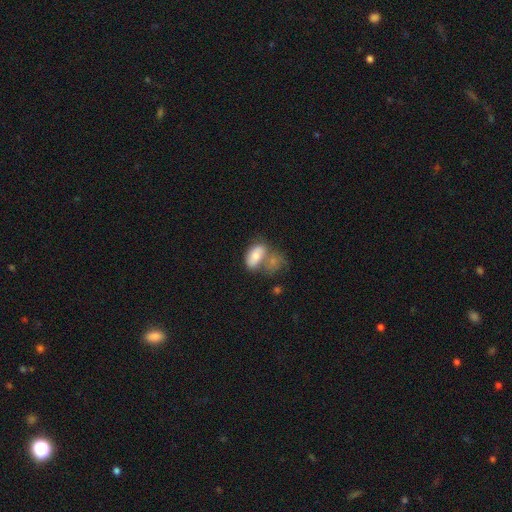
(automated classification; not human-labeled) Smooth or featured? Predicted: smooth (p=0.76). How rounded? Predicted: in between (p=0.91). Merging? Predicted: merger (p=0.48).